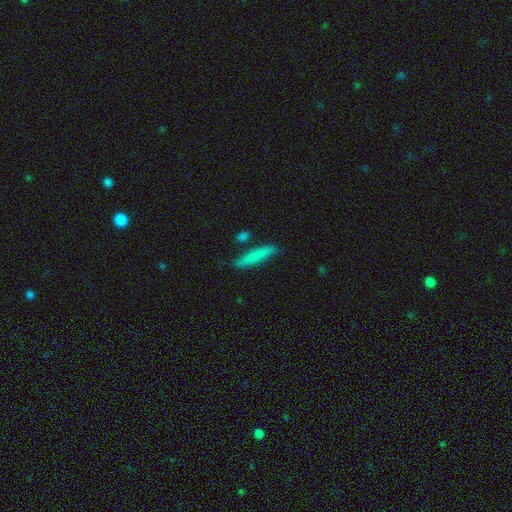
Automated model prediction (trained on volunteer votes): Morphology: type=smooth (76%); roundness=cigar-shaped (91%); merging=none (83%).